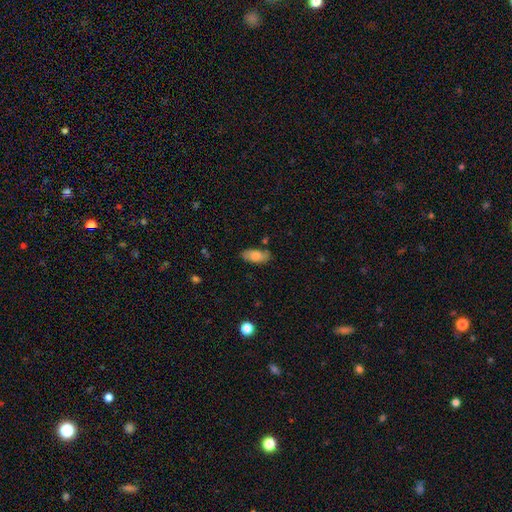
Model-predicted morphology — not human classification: This appears to be a smooth galaxy with no disk features (76%) that is in between round and cigar-shaped (89%). Merging: none (80%).